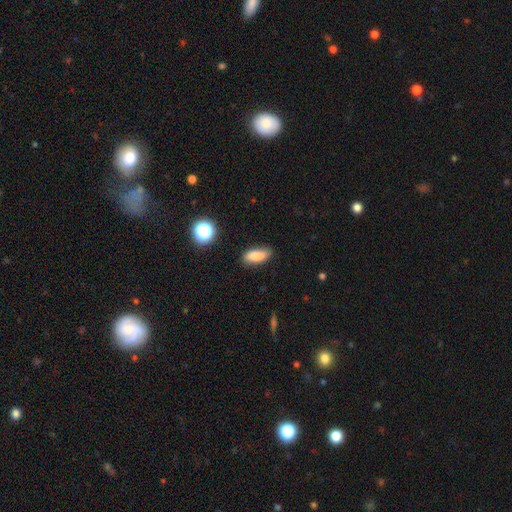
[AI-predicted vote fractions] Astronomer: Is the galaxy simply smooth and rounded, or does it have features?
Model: smooth — 81%.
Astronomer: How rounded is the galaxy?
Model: in between — 78%.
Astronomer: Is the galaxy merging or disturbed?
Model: none — 80%.